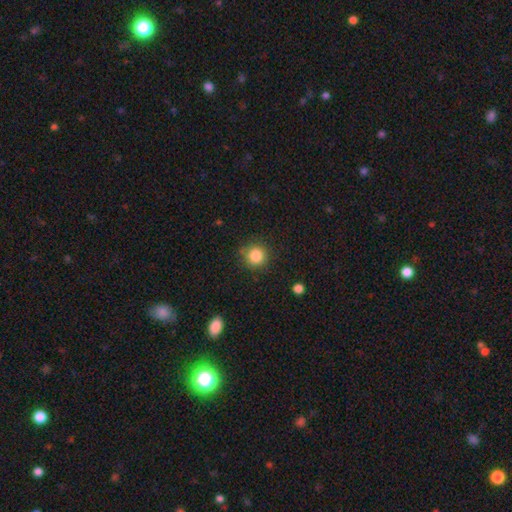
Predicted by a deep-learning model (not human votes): Morphology: type=smooth (85%); roundness=round (94%); merging=none (85%).